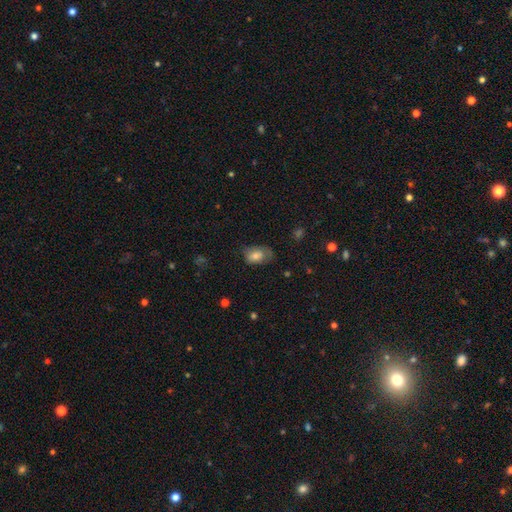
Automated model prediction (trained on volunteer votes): smooth_or_featured: smooth (p=0.68) [alt: featured or disk p=0.23]
how_rounded: in between (p=0.85) [alt: round p=0.14]
merging: none (p=0.50) [alt: minor disturbance p=0.31]